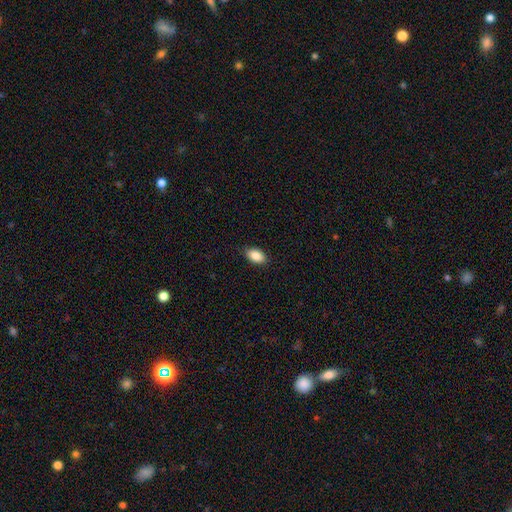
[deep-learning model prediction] smooth_or_featured: smooth (p=0.88) [alt: star or artifact p=0.07]
how_rounded: in between (p=0.91) [alt: round p=0.07]
merging: none (p=0.88) [alt: minor disturbance p=0.09]